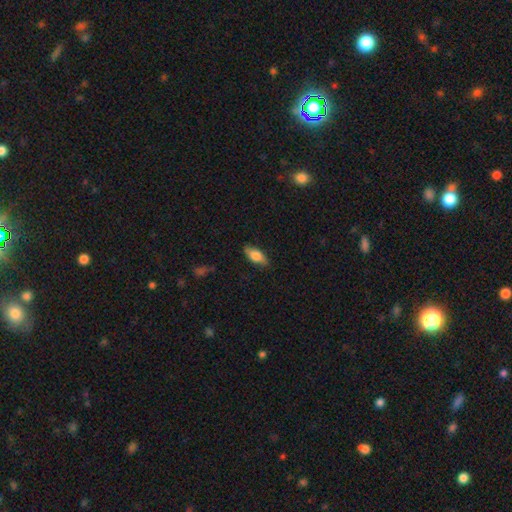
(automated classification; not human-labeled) This appears to be a smooth galaxy with no disk features (70%) that is in between round and cigar-shaped (81%). Merging: none (81%).